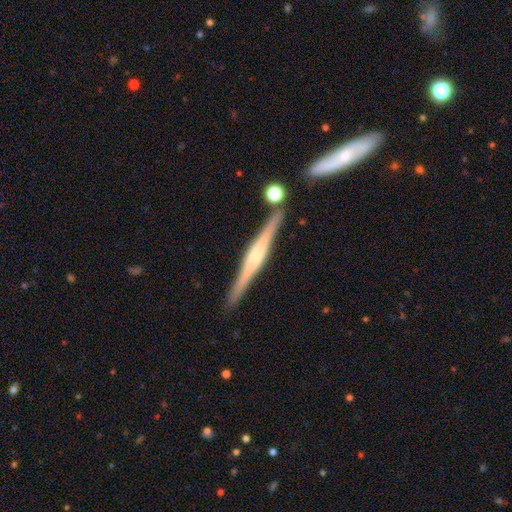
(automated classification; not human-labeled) Q: Smooth or featured?
A: featured or disk (76%); runner-up: smooth (18%)
Q: Edge-on disk?
A: yes (98%); runner-up: no (2%)
Q: Edge-on bulge?
A: rounded (57%); runner-up: boxy (32%)
Q: Merging?
A: none (86%); runner-up: minor disturbance (8%)